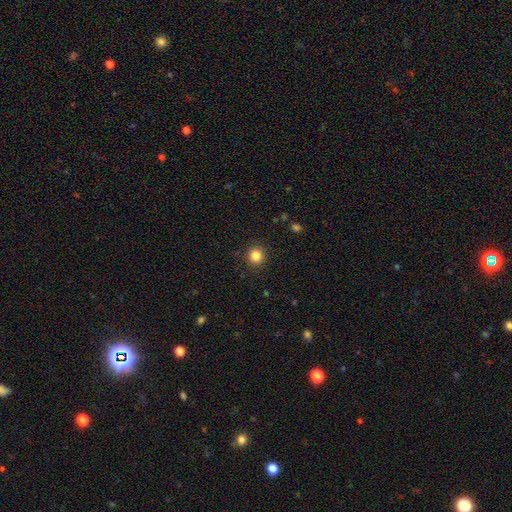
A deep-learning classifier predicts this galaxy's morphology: This appears to be a smooth galaxy with no disk features (84%) that is round (91%). Merging: none (91%).